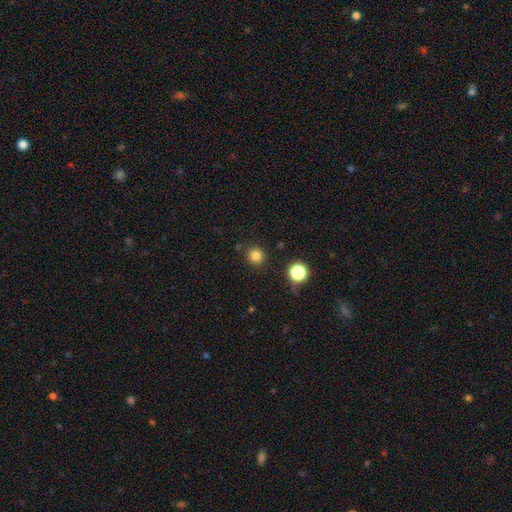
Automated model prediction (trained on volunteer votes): Morphology: type=smooth (82%); roundness=round (93%); merging=none (88%).